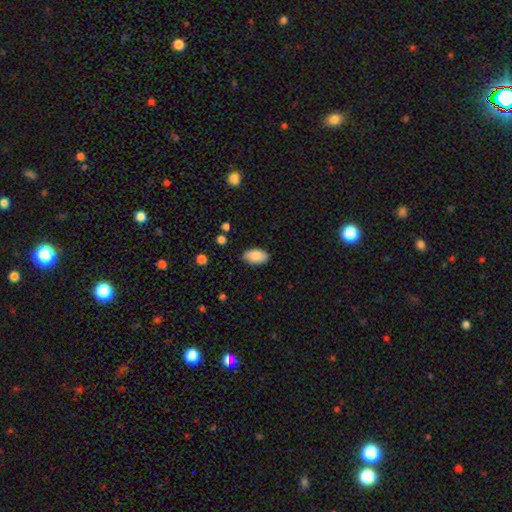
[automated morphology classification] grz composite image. It shows a smooth galaxy with no disk features (88%) that is in between round and cigar-shaped (94%). Merging: none (84%).